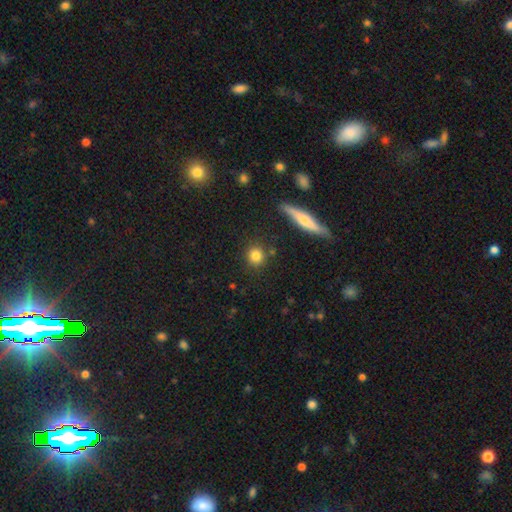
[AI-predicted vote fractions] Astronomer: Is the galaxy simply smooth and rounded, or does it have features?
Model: smooth — 80%.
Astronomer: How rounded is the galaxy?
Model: round — 86%.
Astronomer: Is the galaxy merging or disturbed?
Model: none — 83%.